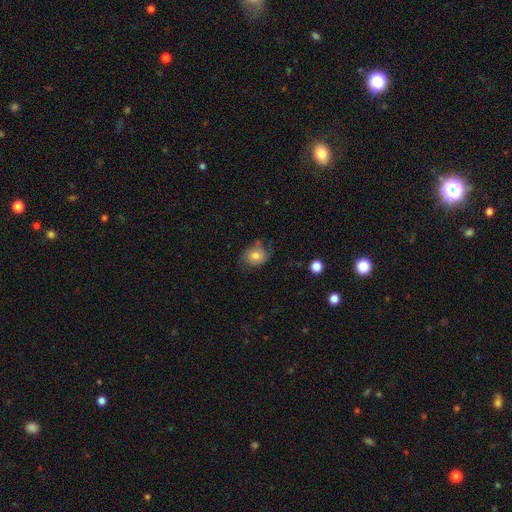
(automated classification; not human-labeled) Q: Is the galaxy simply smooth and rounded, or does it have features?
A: smooth — 70%.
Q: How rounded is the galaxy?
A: round — 62%.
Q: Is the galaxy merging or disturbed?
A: none — 62%.